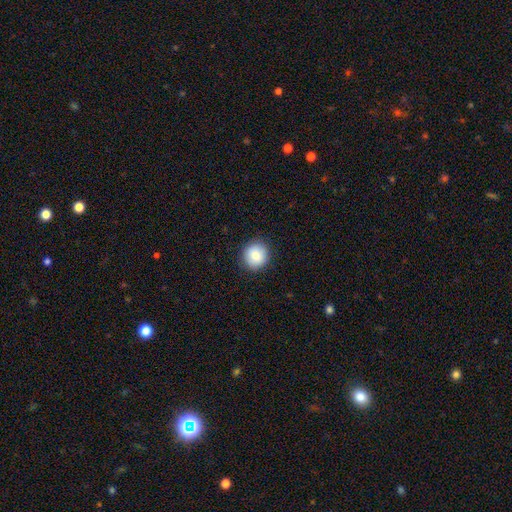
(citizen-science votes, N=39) smooth 79%, featured or disk 13%, star or artifact 8%. Down the decision tree: how rounded — round (87%); merging — none (86%).